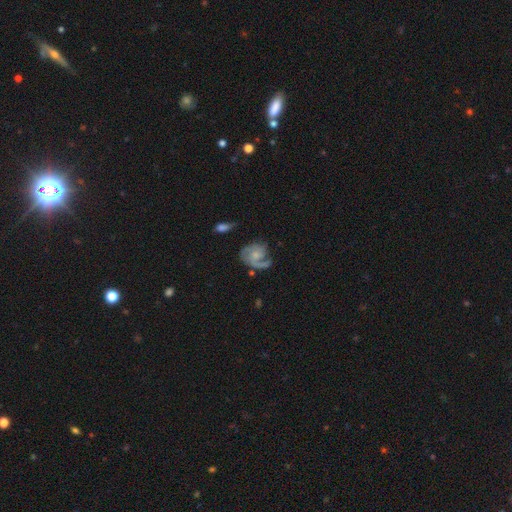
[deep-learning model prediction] featured or disk 78%, smooth 16%, star or artifact 6%. Down the decision tree: edge-on disk — no (98%); bar — no (68%); spiral arms — yes (93%); spiral arm count — 2 (47%); spiral winding — medium (43%); bulge size — small (42%); merging — none (57%).